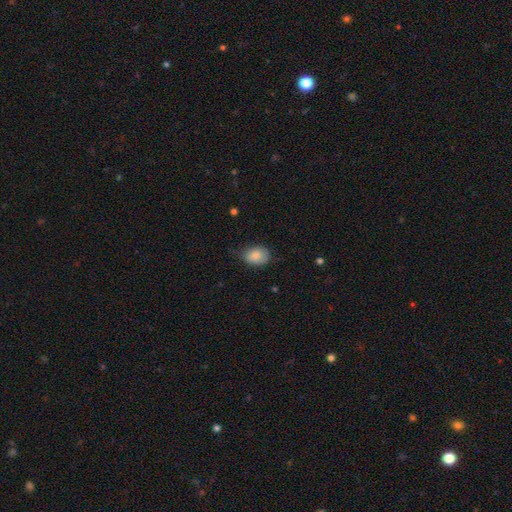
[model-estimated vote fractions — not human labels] Smooth or featured? Predicted: smooth (p=0.85). How rounded? Predicted: in between (p=0.67). Merging? Predicted: none (p=0.58).